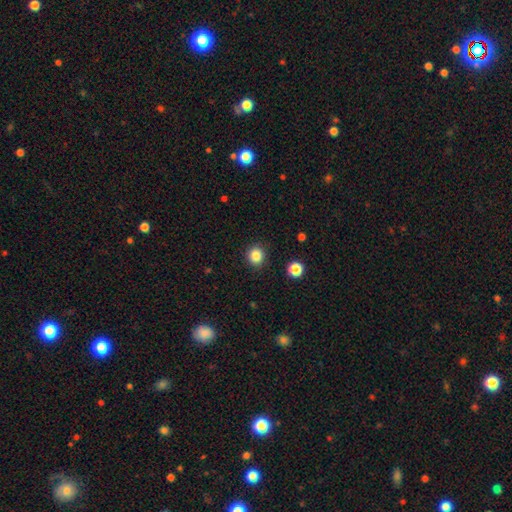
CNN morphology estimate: Smooth or featured? Predicted: smooth (p=0.85). How rounded? Predicted: round (p=0.87). Merging? Predicted: none (p=0.90).